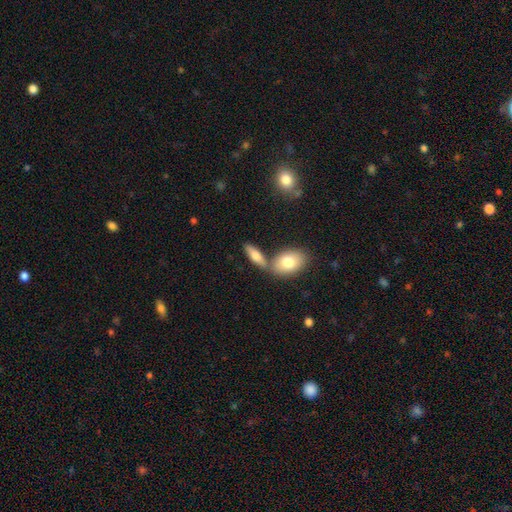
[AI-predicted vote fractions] Overall: smooth (73%). How rounded: in between (68%). Merging: none (56%; merger 30%).